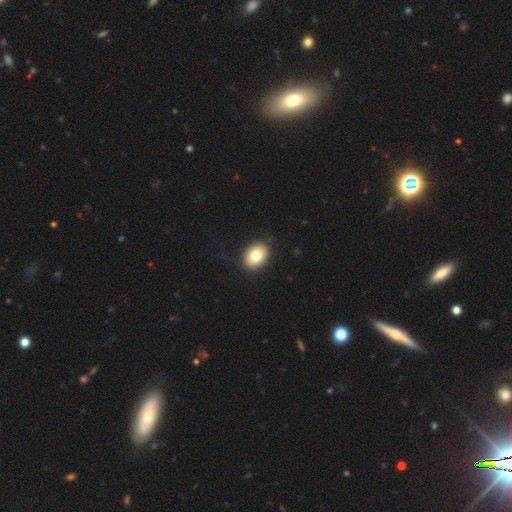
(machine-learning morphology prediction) A smooth galaxy with no disk features (81%) that is in between round and cigar-shaped (68%).

Vote fractions:
- Smooth or featured? smooth: 81% / featured or disk: 11% / star or artifact: 8%
- How rounded? in between: 68% / round: 31% / cigar-shaped: 1%
- Merging? none: 89% / minor disturbance: 8% / major disturbance: 2% / merger: 1%